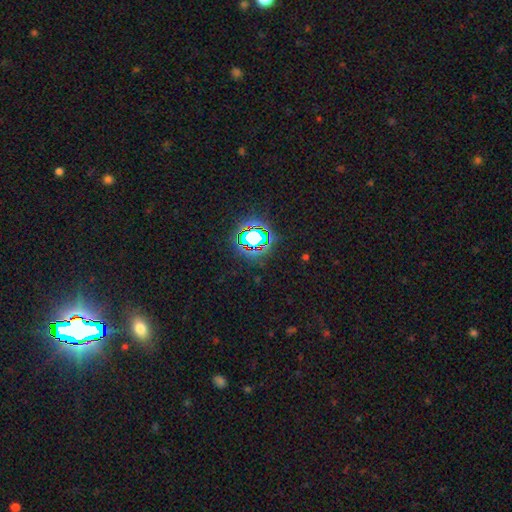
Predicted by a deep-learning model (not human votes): The model was most divided on "smooth or featured": star or artifact: 79%, smooth: 13%, featured or disk: 8%.